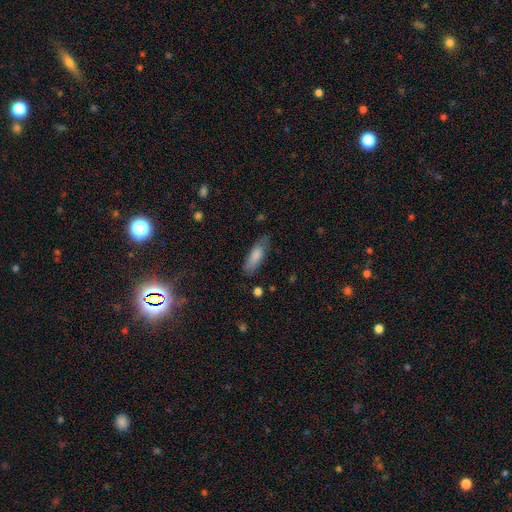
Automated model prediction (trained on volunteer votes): Overall: smooth (80%). How rounded: in between (63%; cigar-shaped 35%). Merging: none (69%).